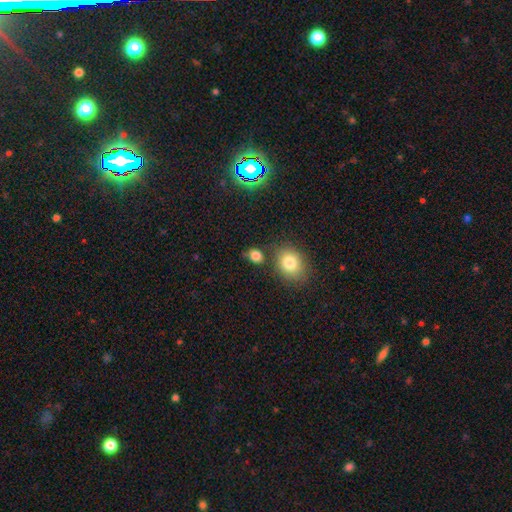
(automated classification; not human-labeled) A smooth galaxy with no disk features (82%) that is in between round and cigar-shaped (52%). Merging: none (69%).